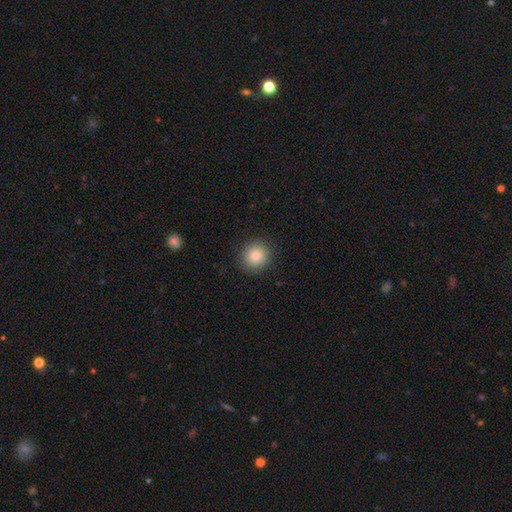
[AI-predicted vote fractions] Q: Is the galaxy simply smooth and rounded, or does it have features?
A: smooth — 85%.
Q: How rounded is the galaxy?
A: round — 89%.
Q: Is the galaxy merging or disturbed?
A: none — 90%.